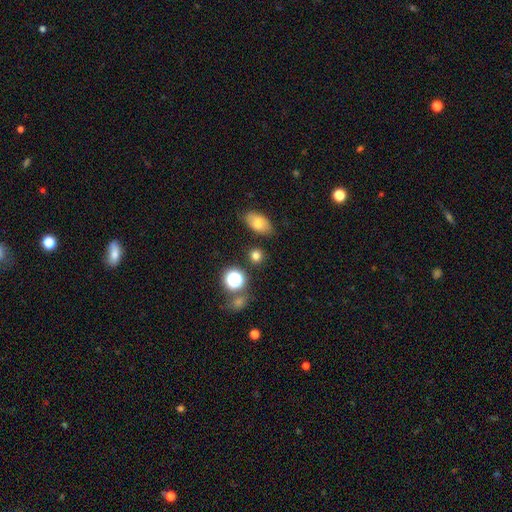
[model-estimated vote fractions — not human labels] smooth_or_featured: smooth (p=0.76) [alt: star or artifact p=0.17]
how_rounded: round (p=0.70) [alt: in between p=0.29]
merging: none (p=0.81) [alt: minor disturbance p=0.10]